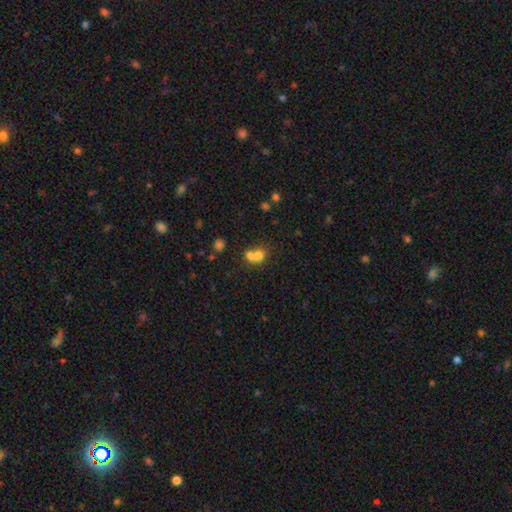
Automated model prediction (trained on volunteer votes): A smooth galaxy with no disk features (70%) that is round (69%). Merging: merger (65%).